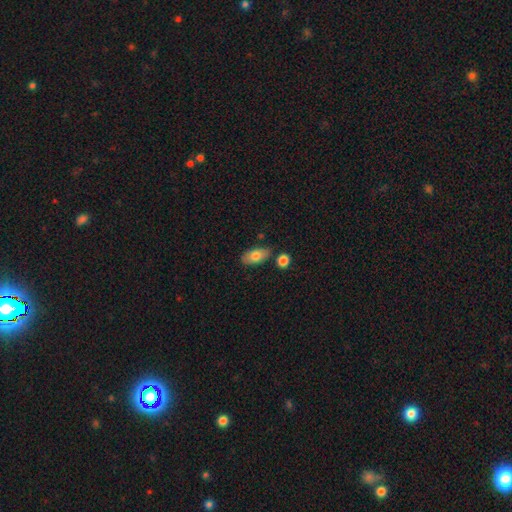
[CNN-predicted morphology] Smooth or featured: smooth — 78% (featured or disk — 15%)
How rounded: in between — 91% (cigar-shaped — 5%)
Merging: none — 77% (minor disturbance — 13%)